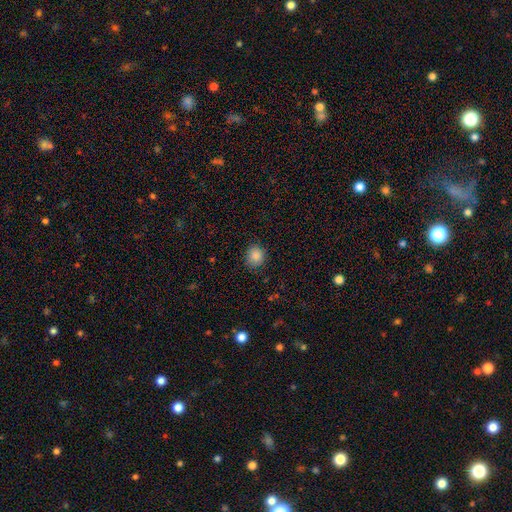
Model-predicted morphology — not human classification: Overall: smooth (86%). How rounded: round (77%). Merging: none (87%).